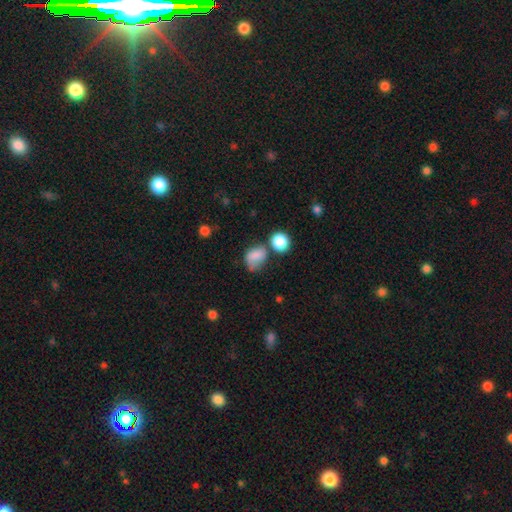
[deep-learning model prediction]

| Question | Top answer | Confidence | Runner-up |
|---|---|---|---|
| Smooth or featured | smooth | 78% | featured or disk (11%) |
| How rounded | in between | 60% | round (38%) |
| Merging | none | 39% | minor disturbance (31%) |